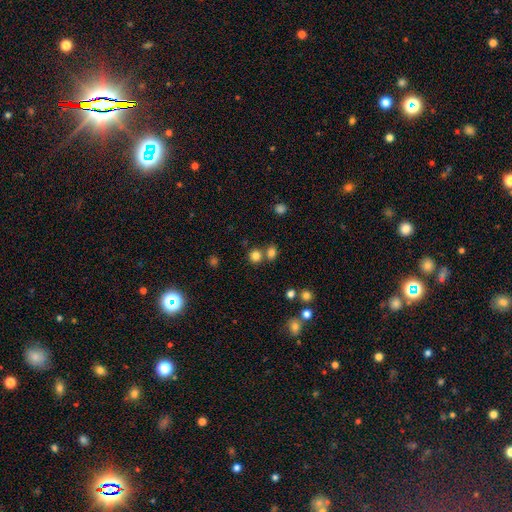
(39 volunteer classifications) Smooth or featured? 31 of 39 (79%) said smooth. How rounded? 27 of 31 (87%) said round. Merging? 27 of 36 (75%) said none.